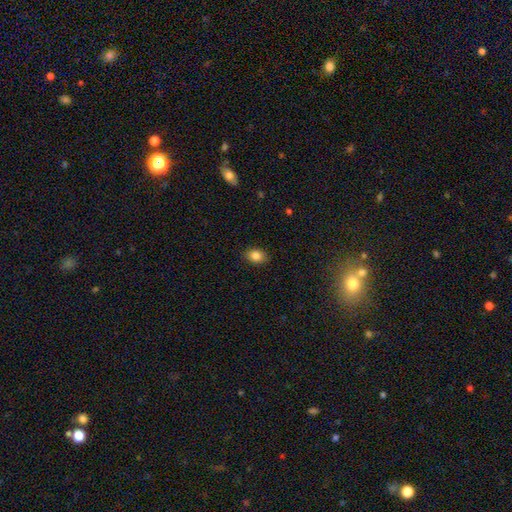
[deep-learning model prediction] This appears to be a smooth galaxy with no disk features (85%) that is in between round and cigar-shaped (69%). Merging: none (86%).